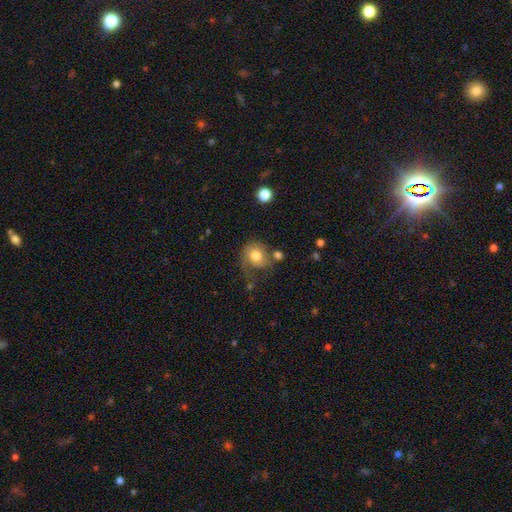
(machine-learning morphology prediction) Overall: smooth (56%; featured or disk 36%). How rounded: round (73%). Merging: none (41%; major disturbance 27%).